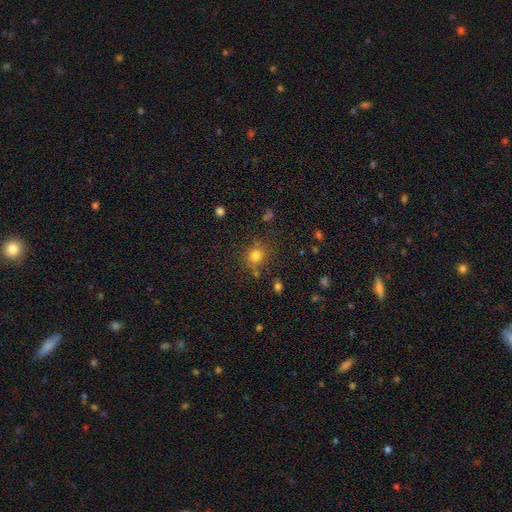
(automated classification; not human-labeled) Smooth or featured? smooth (78%)
How rounded? round (84%)
Merging? none (77%)